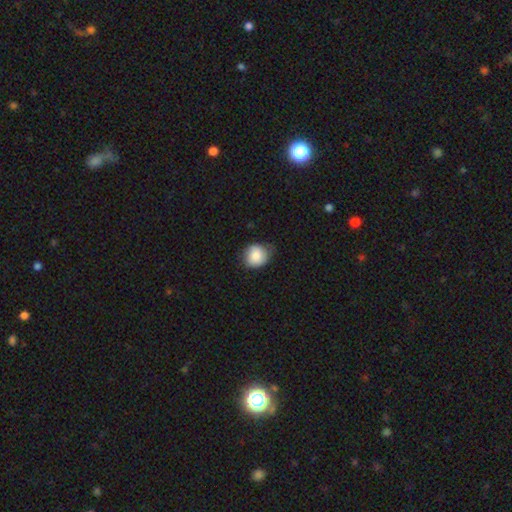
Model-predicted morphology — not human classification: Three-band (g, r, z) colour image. It shows a smooth galaxy with no disk features (82%) that is round (73%). Merging: none (63%).